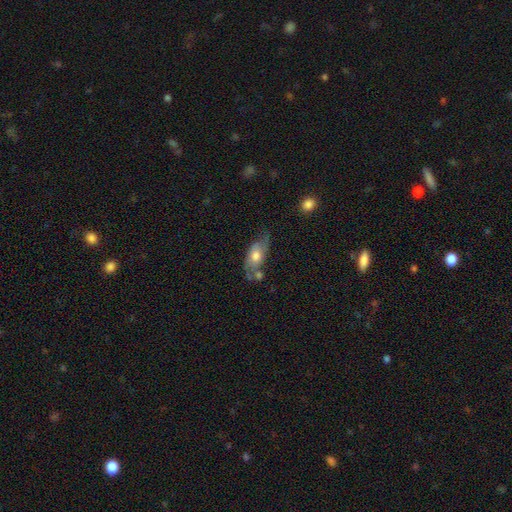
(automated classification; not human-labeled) smooth-or-featured: smooth: 52% | featured or disk: 42% | star or artifact: 7%
  how-rounded: in between: 82% | cigar-shaped: 10% | round: 8%
  merging: none: 46% | minor disturbance: 28% | merger: 14% | major disturbance: 13%